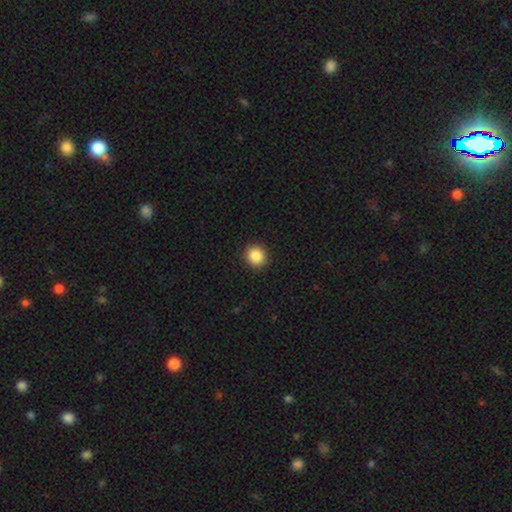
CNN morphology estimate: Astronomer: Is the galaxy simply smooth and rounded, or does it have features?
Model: smooth — 87%.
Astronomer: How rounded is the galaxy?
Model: round — 91%.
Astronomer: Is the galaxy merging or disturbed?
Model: none — 92%.